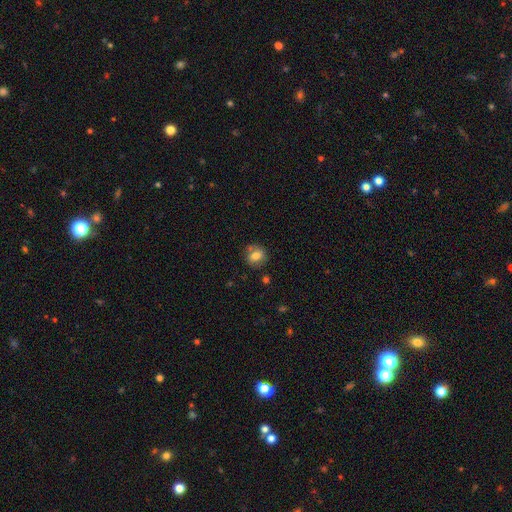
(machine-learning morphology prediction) Smooth or featured?
  - smooth: 75% *
  - featured or disk: 15%
  - star or artifact: 10%
How rounded?
  - round: 72% *
  - in between: 27%
  - cigar-shaped: 1%
Merging?
  - none: 73% *
  - minor disturbance: 13%
  - merger: 11%
  - major disturbance: 3%